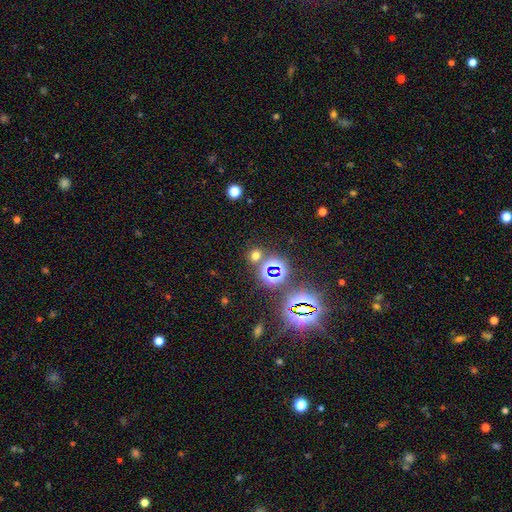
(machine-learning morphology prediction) Smooth or featured: smooth — 53% (star or artifact — 40%)
How rounded: round — 80% (in between — 18%)
Merging: none — 77% (merger — 11%)